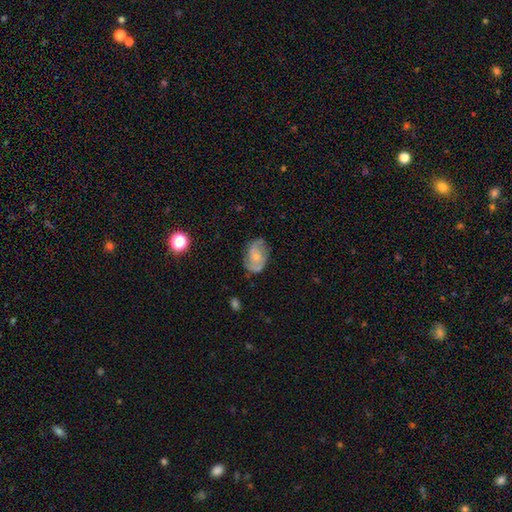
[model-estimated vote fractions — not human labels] A featured or disk galaxy (51%). Merging: none (66%).